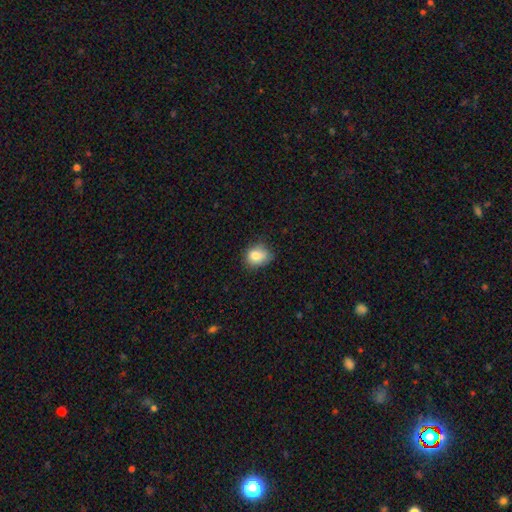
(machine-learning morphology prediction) This appears to be a smooth galaxy with no disk features (82%) that is round (53%). Merging: none (62%).